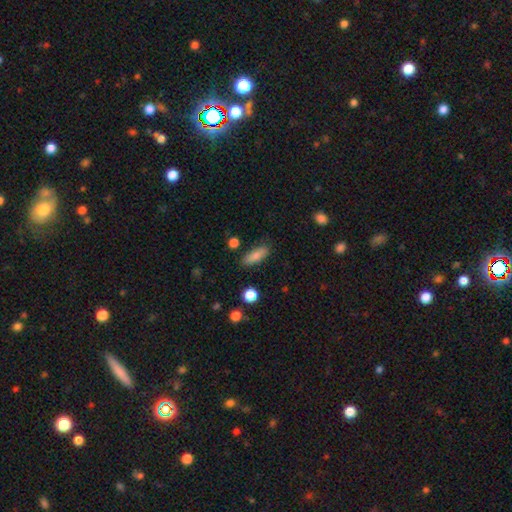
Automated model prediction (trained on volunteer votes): Smooth or featured? smooth (82%)
How rounded? in between (61%)
Merging? none (83%)